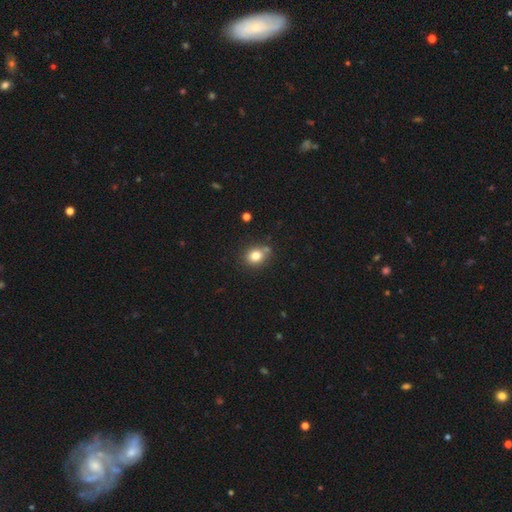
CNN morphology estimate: Smooth or featured? smooth (80%)
How rounded? round (69%)
Merging? none (73%)